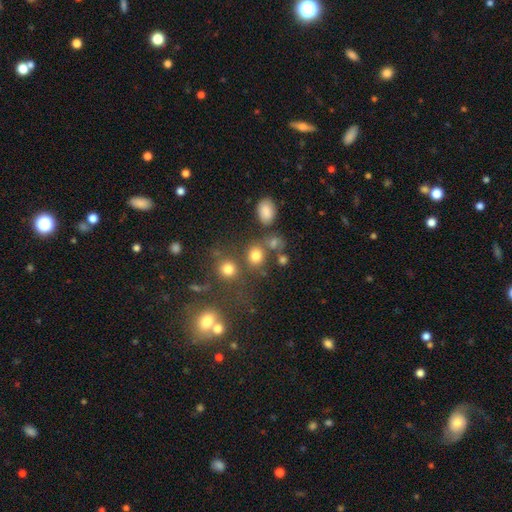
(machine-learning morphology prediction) This appears to be a smooth galaxy with no disk features (77%) that is round (73%). Merging: none (62%).